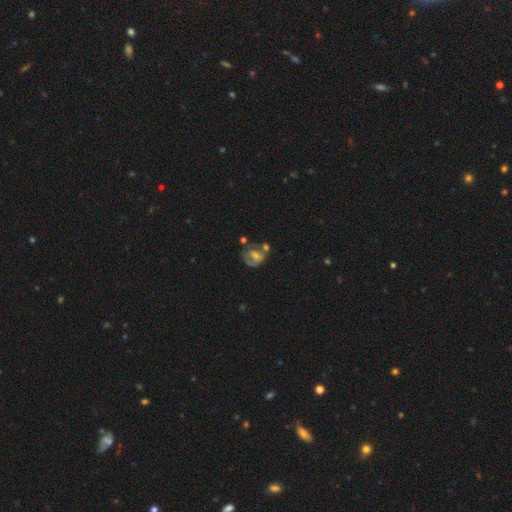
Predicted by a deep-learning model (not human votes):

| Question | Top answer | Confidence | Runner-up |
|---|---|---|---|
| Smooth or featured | featured or disk | 53% | smooth (38%) |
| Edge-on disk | no | 96% | yes (4%) |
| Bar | no | 56% | weak (33%) |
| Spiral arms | no | 58% | yes (42%) |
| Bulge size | moderate | 49% | small (31%) |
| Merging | none | 41% | minor disturbance (22%) |